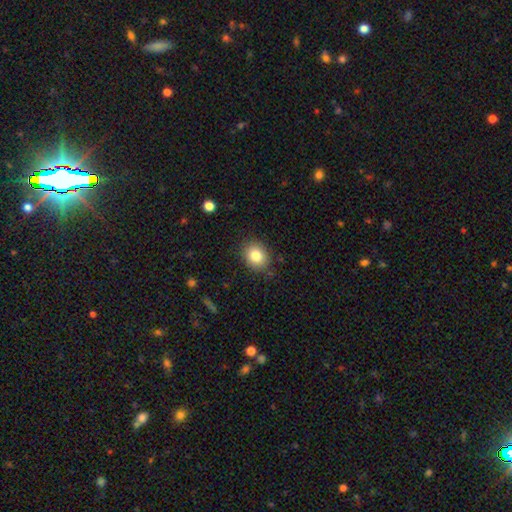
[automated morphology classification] type=smooth (83%); roundness=round (57%); merging=none (86%).